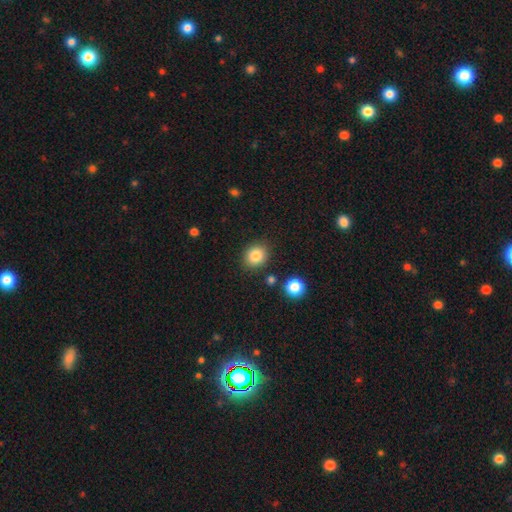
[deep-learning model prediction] Smooth or featured?
  - smooth: 84% *
  - star or artifact: 10%
  - featured or disk: 6%
How rounded?
  - round: 69% *
  - in between: 30%
  - cigar-shaped: 1%
Merging?
  - none: 84% *
  - minor disturbance: 9%
  - merger: 4%
  - major disturbance: 3%